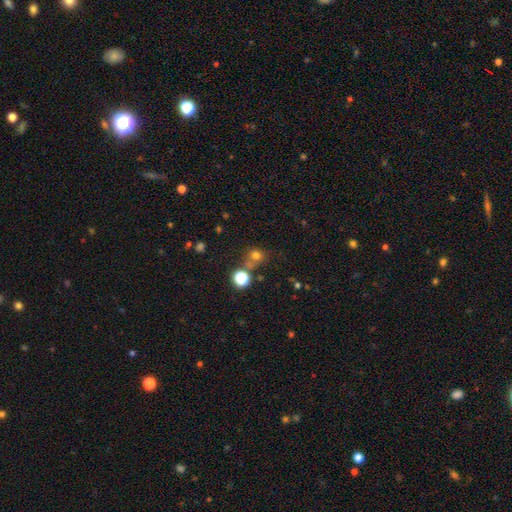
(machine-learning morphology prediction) smooth 69%, star or artifact 23%, featured or disk 8%. Down the decision tree: how rounded — round (79%); merging — none (60%).